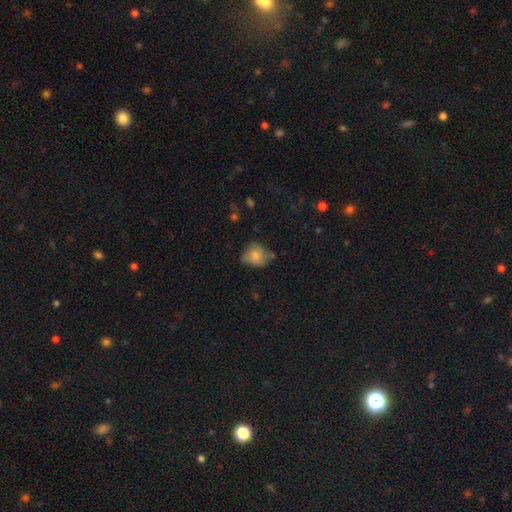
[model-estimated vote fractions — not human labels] smooth-or-featured: smooth: 74% | featured or disk: 17% | star or artifact: 9%
  how-rounded: round: 62% | in between: 37% | cigar-shaped: 1%
  merging: none: 50% | minor disturbance: 34% | major disturbance: 11% | merger: 4%